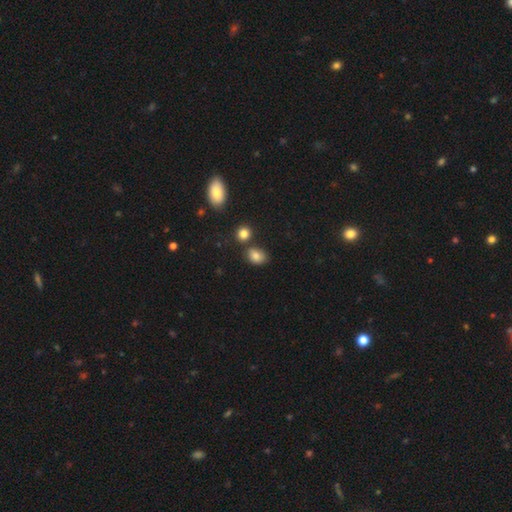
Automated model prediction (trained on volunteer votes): smooth_or_featured: smooth (p=0.82) [alt: star or artifact p=0.11]
how_rounded: in between (p=0.69) [alt: round p=0.30]
merging: none (p=0.69) [alt: minor disturbance p=0.14]